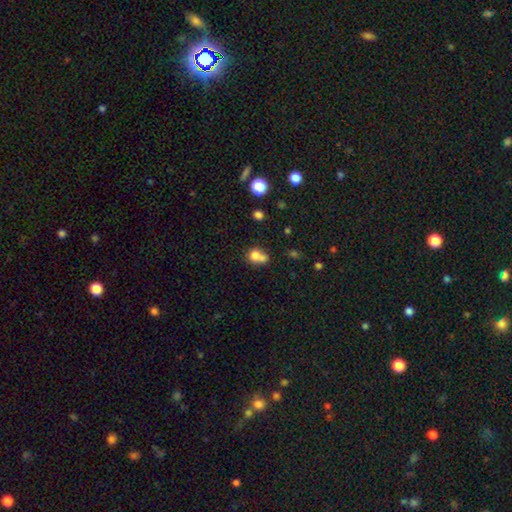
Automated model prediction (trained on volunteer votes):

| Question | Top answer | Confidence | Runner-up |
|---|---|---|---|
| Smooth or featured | smooth | 74% | featured or disk (15%) |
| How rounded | round | 70% | in between (29%) |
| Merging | merger | 60% | none (30%) |